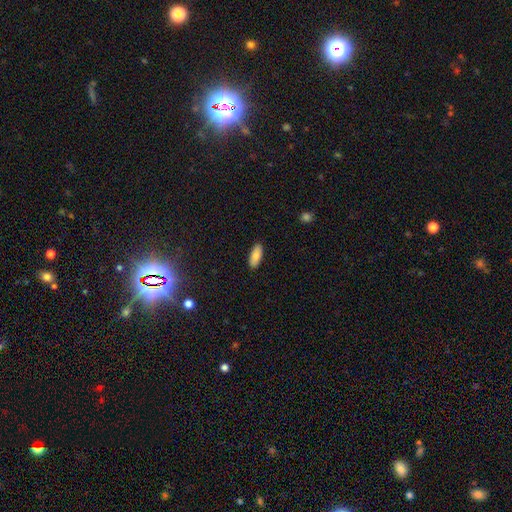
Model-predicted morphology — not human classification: Overall: smooth (85%). How rounded: in between (80%). Merging: none (89%).